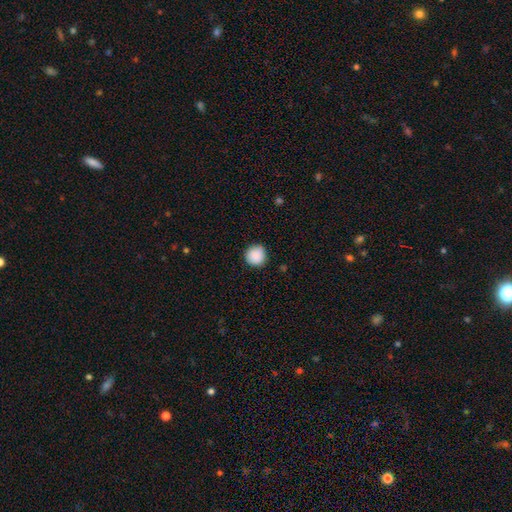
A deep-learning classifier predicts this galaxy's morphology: The model was most divided on "merging": none: 87%, minor disturbance: 9%, major disturbance: 2%, merger: 1%. More confident: how rounded — round (94%); smooth or featured — smooth (89%).